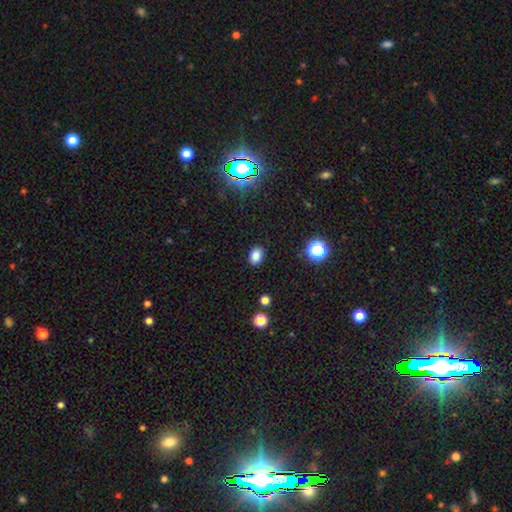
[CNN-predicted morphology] The model was most divided on "how rounded": in between: 72%, round: 26%, cigar-shaped: 1%. More confident: merging — none (89%); smooth or featured — smooth (83%).